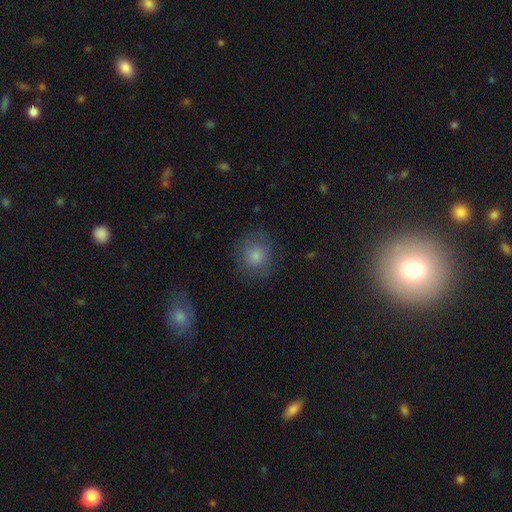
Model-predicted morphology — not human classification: Q: Smooth or featured?
A: smooth (70%); runner-up: star or artifact (17%)
Q: How rounded?
A: round (86%); runner-up: in between (13%)
Q: Merging?
A: none (83%); runner-up: minor disturbance (12%)